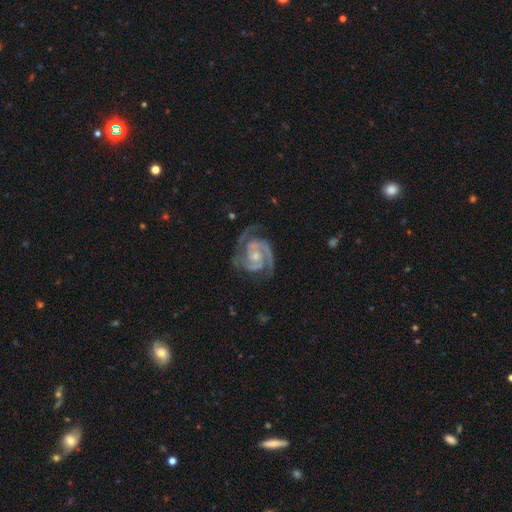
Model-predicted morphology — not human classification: Q: Smooth or featured?
A: featured or disk (92%); runner-up: star or artifact (4%)
Q: Edge-on disk?
A: no (98%); runner-up: yes (2%)
Q: Bar?
A: no (62%); runner-up: weak (29%)
Q: Spiral arms?
A: yes (98%); runner-up: no (2%)
Q: Spiral winding?
A: tight (51%); runner-up: medium (43%)
Q: Spiral arm count?
A: 2 (75%); runner-up: 3 (16%)
Q: Bulge size?
A: small (52%); runner-up: moderate (39%)
Q: Merging?
A: none (71%); runner-up: minor disturbance (19%)